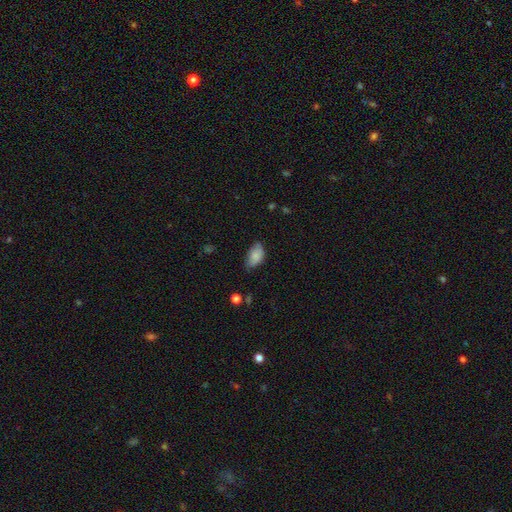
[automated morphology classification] This appears to be a smooth galaxy with no disk features (82%) that is in between round and cigar-shaped (92%). Merging: none (57%).